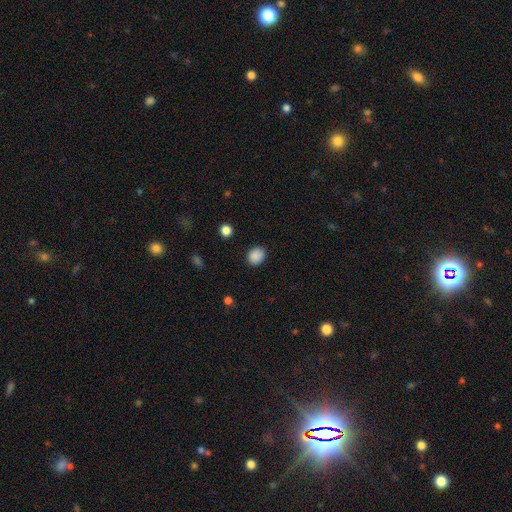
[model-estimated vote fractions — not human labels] The model was most divided on "how rounded": round: 57%, in between: 43%, cigar-shaped: 1%. More confident: smooth or featured — smooth (88%); merging — none (86%).